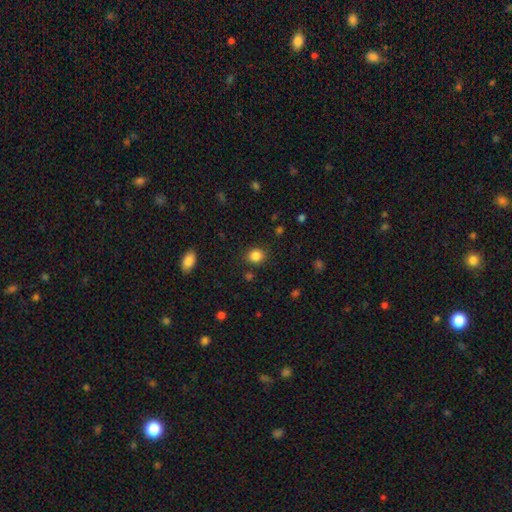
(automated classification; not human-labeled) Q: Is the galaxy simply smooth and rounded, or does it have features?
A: smooth — 84%.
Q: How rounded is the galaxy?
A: round — 74%.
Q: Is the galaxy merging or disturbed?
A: none — 86%.